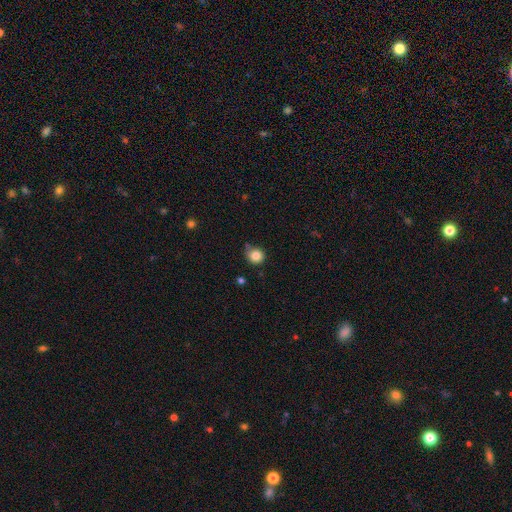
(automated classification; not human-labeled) Q: Smooth or featured?
A: smooth (84%); runner-up: star or artifact (11%)
Q: How rounded?
A: round (90%); runner-up: in between (9%)
Q: Merging?
A: none (72%); runner-up: minor disturbance (18%)